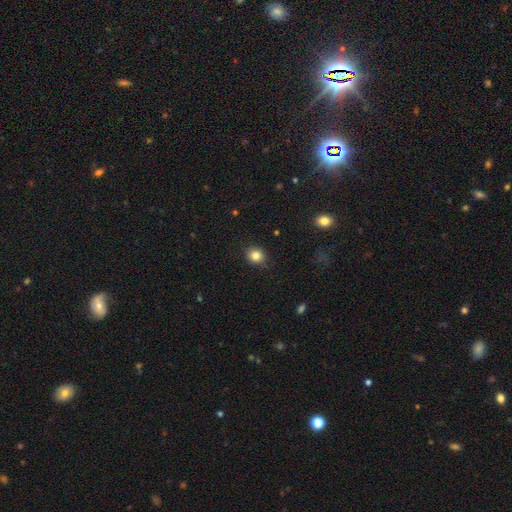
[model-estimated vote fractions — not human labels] A smooth galaxy with no disk features (84%) that is round (78%). Merging: none (87%).